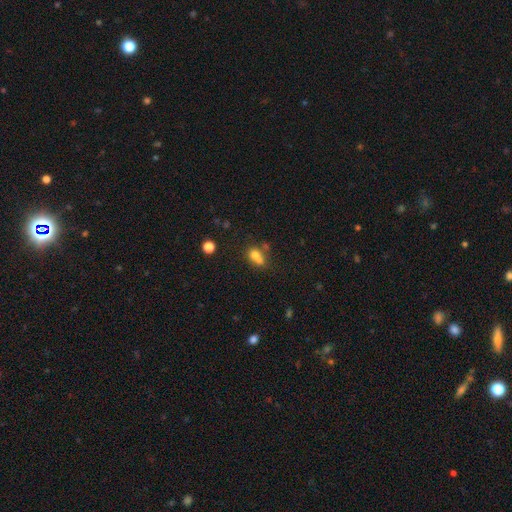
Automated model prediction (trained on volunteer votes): smooth 69%, featured or disk 16%, star or artifact 14%. Down the decision tree: how rounded — round (54%); merging — merger (51%).